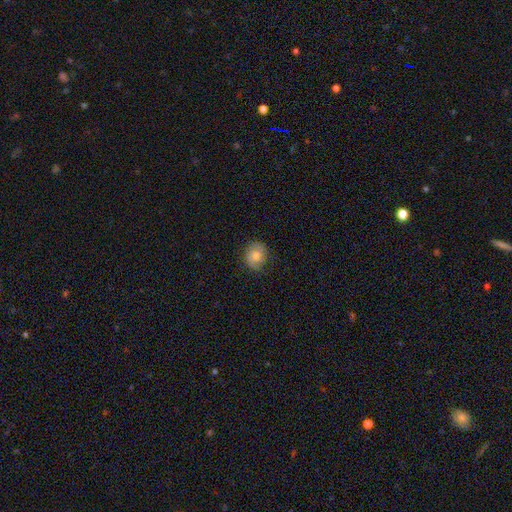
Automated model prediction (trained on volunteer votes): A smooth galaxy with no disk features (69%) that is round (72%). Merging: none (80%).